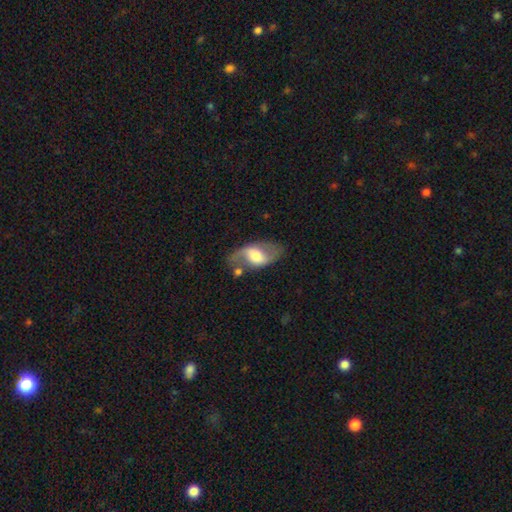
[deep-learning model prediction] Smooth or featured? featured or disk (66%)
Edge-on disk? no (93%)
Bar? weak (43%)
Spiral arms? yes (81%)
Bulge size? moderate (44%)
Merging? none (62%)